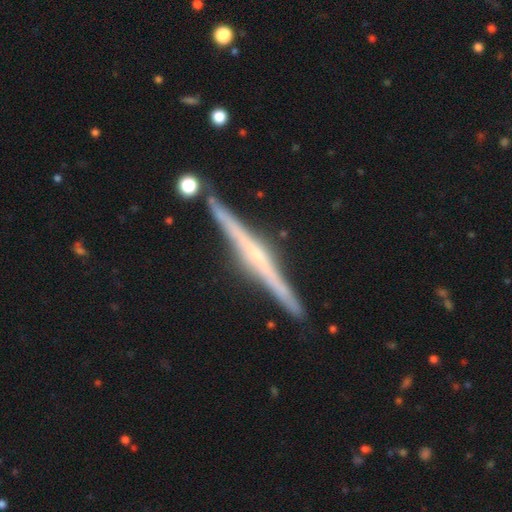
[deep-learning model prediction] The model was most divided on "edge-on bulge": rounded: 54%, none: 30%, boxy: 16%. More confident: edge-on disk — yes (98%); merging — none (89%); smooth or featured — featured or disk (82%).